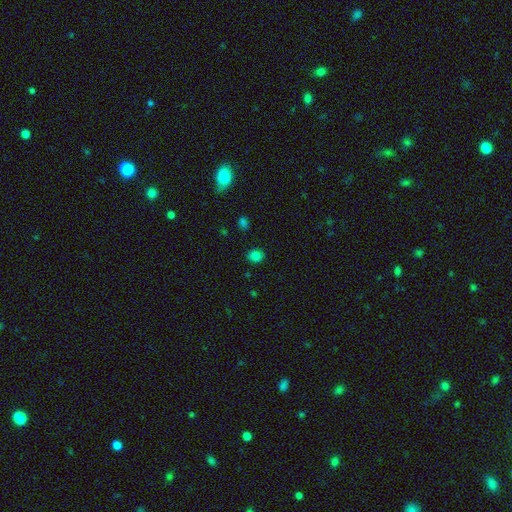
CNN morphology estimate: This is clearly a smooth galaxy (82%). How rounded: likely round (74%). Merging: clearly none (88%).